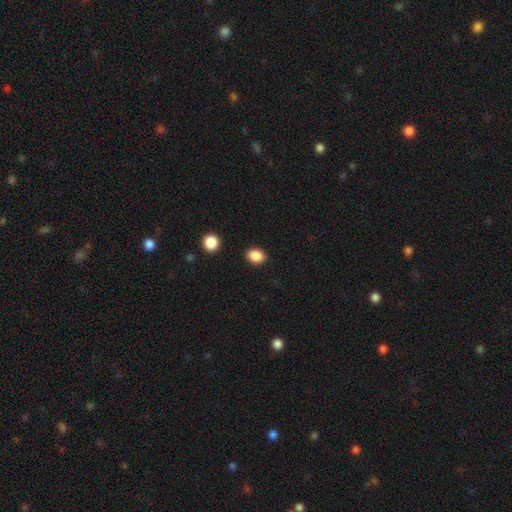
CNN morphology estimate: Smooth or featured? Predicted: smooth (p=0.88). How rounded? Predicted: in between (p=0.65). Merging? Predicted: none (p=0.88).